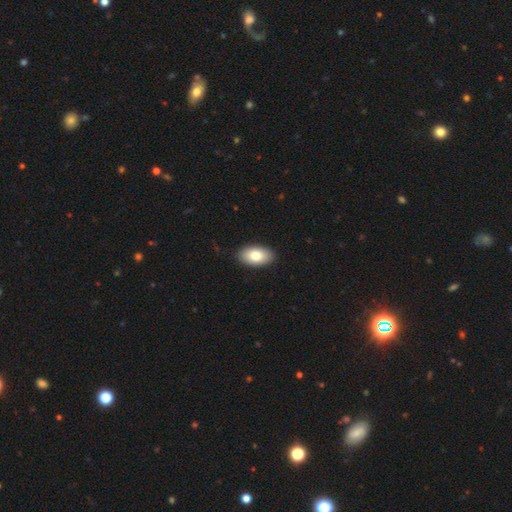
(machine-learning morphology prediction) Q: Smooth or featured?
A: smooth (80%); runner-up: featured or disk (13%)
Q: How rounded?
A: in between (95%); runner-up: round (4%)
Q: Merging?
A: none (90%); runner-up: minor disturbance (7%)